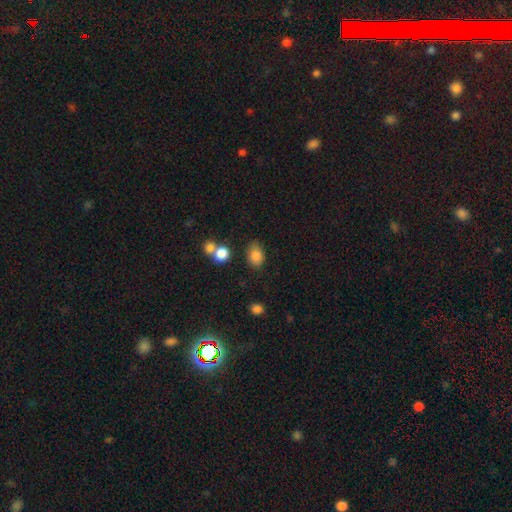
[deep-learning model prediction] Smooth or featured?
  - smooth: 84% *
  - star or artifact: 10%
  - featured or disk: 6%
How rounded?
  - in between: 73% *
  - round: 26%
  - cigar-shaped: 1%
Merging?
  - none: 66% *
  - minor disturbance: 20%
  - merger: 8%
  - major disturbance: 6%